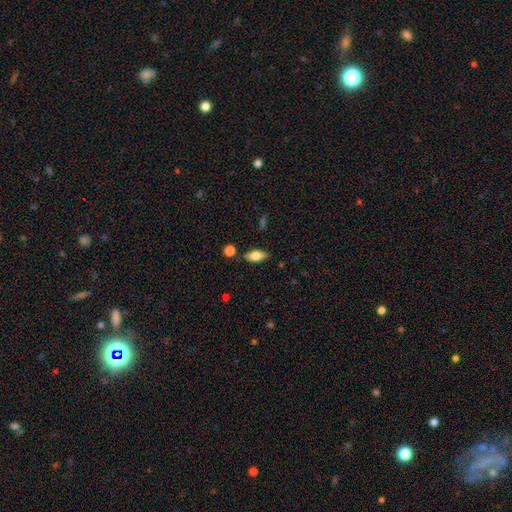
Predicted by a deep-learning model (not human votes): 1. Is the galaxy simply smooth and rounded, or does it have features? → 72% smooth, 20% featured or disk, 8% star or artifact.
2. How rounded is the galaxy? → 85% in between, 11% cigar-shaped, 4% round.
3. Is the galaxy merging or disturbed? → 82% none, 12% minor disturbance, 4% merger, 3% major disturbance.